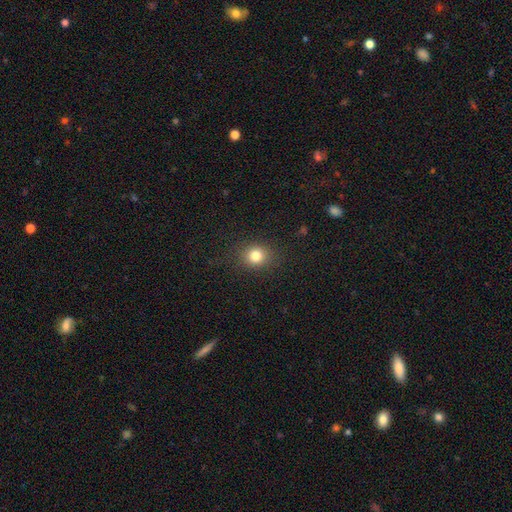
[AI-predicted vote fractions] This appears to be a smooth galaxy with no disk features (81%) that is round (74%). Merging: none (86%).